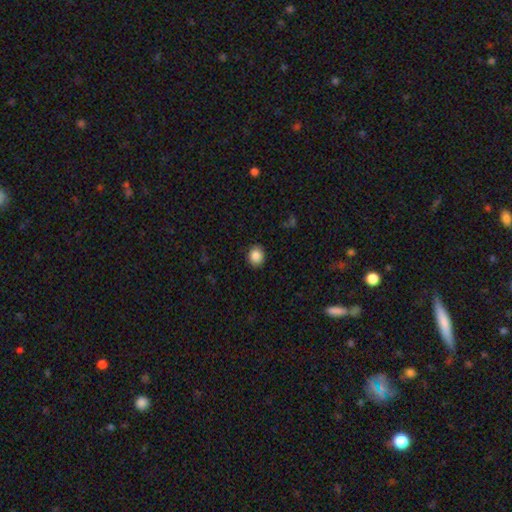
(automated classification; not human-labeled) Q: Smooth or featured?
A: smooth (87%); runner-up: star or artifact (9%)
Q: How rounded?
A: round (69%); runner-up: in between (30%)
Q: Merging?
A: none (89%); runner-up: minor disturbance (8%)